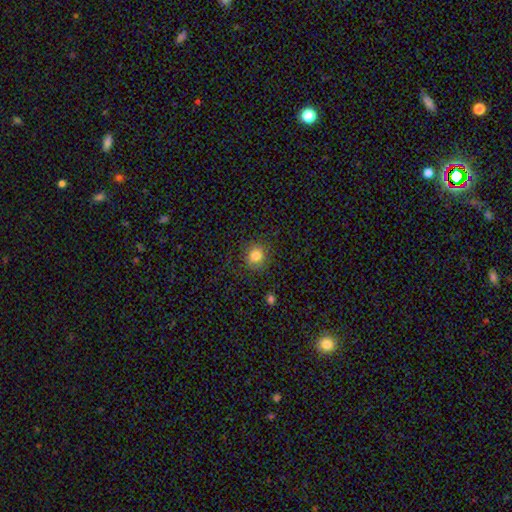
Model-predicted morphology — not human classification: Overall: smooth (82%). How rounded: round (91%). Merging: none (89%).